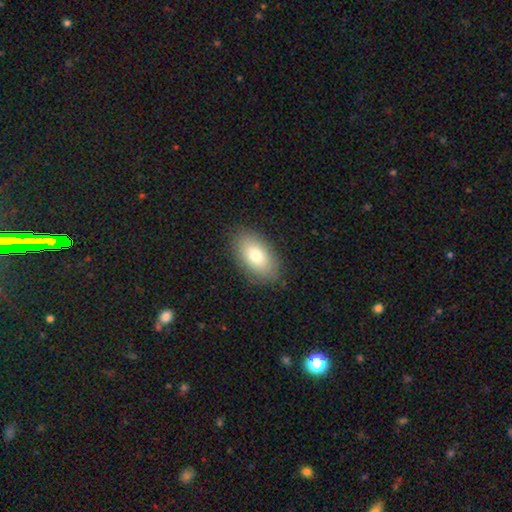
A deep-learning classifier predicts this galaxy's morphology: Smooth or featured: smooth — 78% (featured or disk — 14%)
How rounded: in between — 93% (round — 5%)
Merging: none — 87% (minor disturbance — 10%)